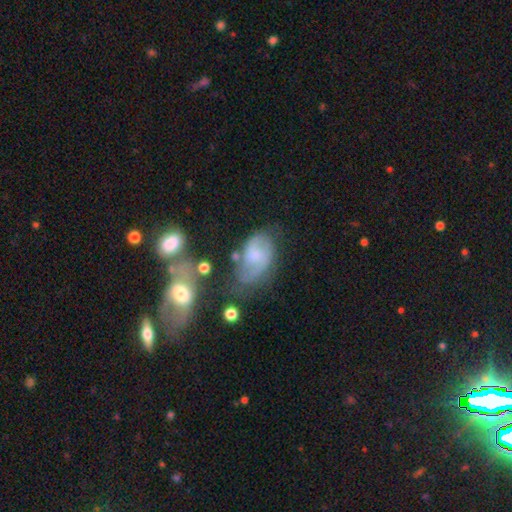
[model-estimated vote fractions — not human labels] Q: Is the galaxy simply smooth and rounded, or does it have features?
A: featured or disk — 59%.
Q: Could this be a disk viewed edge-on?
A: no — 96%.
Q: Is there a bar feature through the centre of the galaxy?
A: no — 57%.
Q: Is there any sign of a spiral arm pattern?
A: yes — 81%.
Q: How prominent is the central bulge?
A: small — 33%.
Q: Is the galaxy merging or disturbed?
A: none — 46%.